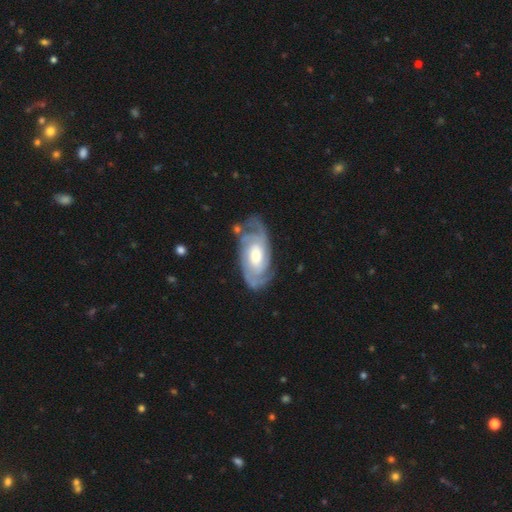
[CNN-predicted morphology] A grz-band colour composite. It shows a featured or disk galaxy (87%) with no bar (57%), 2 (49%) tight (60%) spiral arms (96%) and a moderate central bulge (65%). Merging: none (72%).